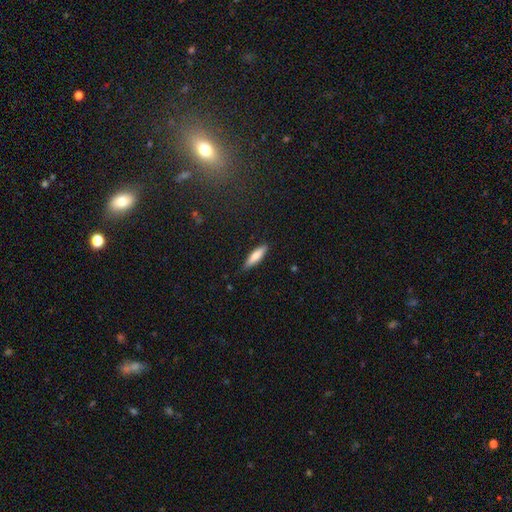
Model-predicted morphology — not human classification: The model was most divided on "how rounded": cigar-shaped: 67%, in between: 32%, round: 2%. More confident: merging — none (85%); smooth or featured — smooth (77%).